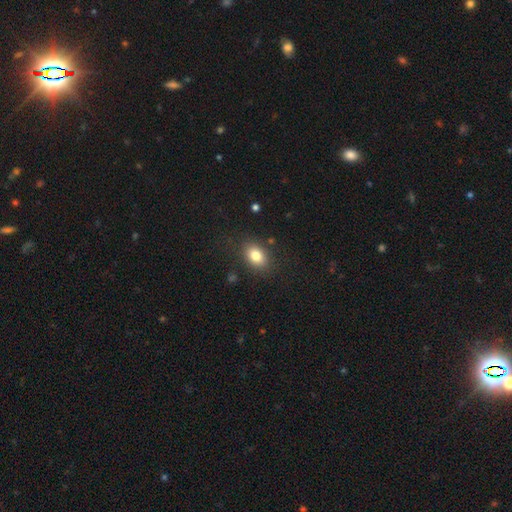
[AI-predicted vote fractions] smooth 81%, star or artifact 9%, featured or disk 9%. Down the decision tree: how rounded — in between (78%); merging — none (83%).